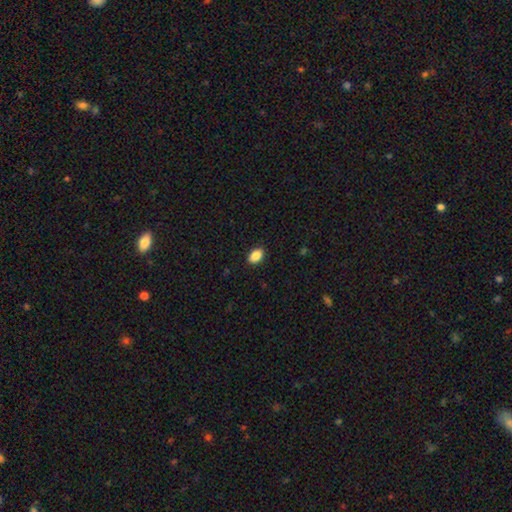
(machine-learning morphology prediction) Smooth or featured?
  - smooth: 89% *
  - star or artifact: 8%
  - featured or disk: 3%
How rounded?
  - in between: 88% *
  - round: 10%
  - cigar-shaped: 1%
Merging?
  - none: 90% *
  - minor disturbance: 7%
  - major disturbance: 2%
  - merger: 1%